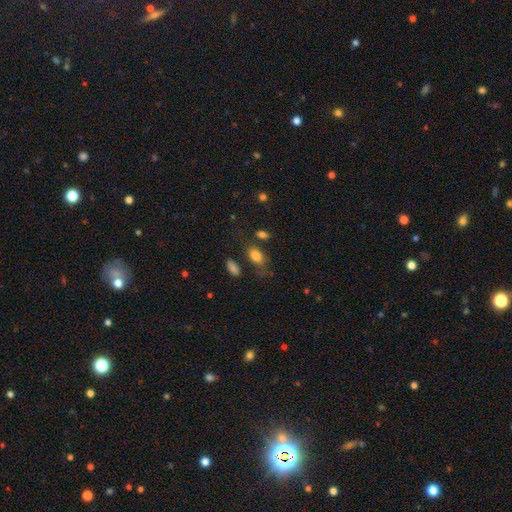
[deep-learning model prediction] Overall: smooth (82%). How rounded: in between (88%). Merging: none (60%; minor disturbance 21%).